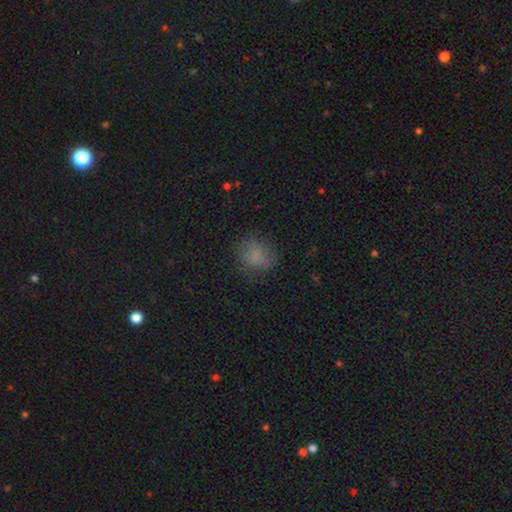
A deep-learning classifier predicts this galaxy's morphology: smooth_or_featured: smooth (p=0.76) [alt: star or artifact p=0.13]
how_rounded: round (p=0.74) [alt: in between p=0.25]
merging: none (p=0.73) [alt: minor disturbance p=0.19]